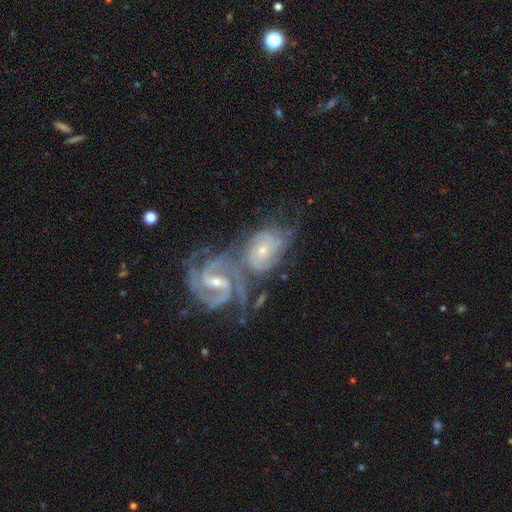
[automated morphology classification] Q: Smooth or featured?
A: featured or disk (75%); runner-up: star or artifact (12%)
Q: Edge-on disk?
A: no (95%); runner-up: yes (5%)
Q: Bar?
A: no (45%); runner-up: weak (40%)
Q: Spiral arms?
A: yes (90%); runner-up: no (10%)
Q: Spiral winding?
A: tight (54%); runner-up: medium (35%)
Q: Spiral arm count?
A: 2 (48%); runner-up: can't tell (23%)
Q: Bulge size?
A: small (55%); runner-up: moderate (37%)
Q: Merging?
A: merger (59%); runner-up: none (28%)